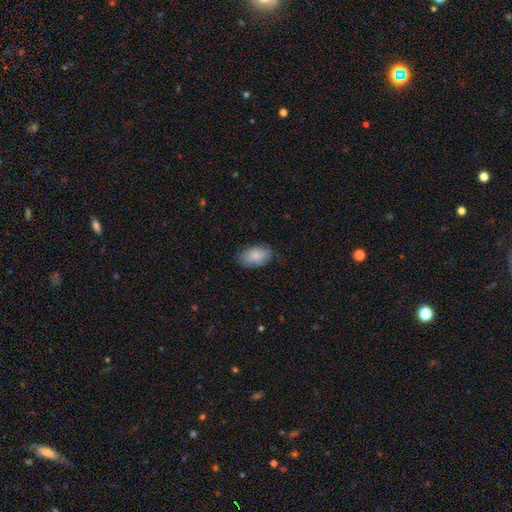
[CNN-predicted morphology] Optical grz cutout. It shows a smooth galaxy with no disk features (85%) that is in between round and cigar-shaped (92%). Merging: none (78%).